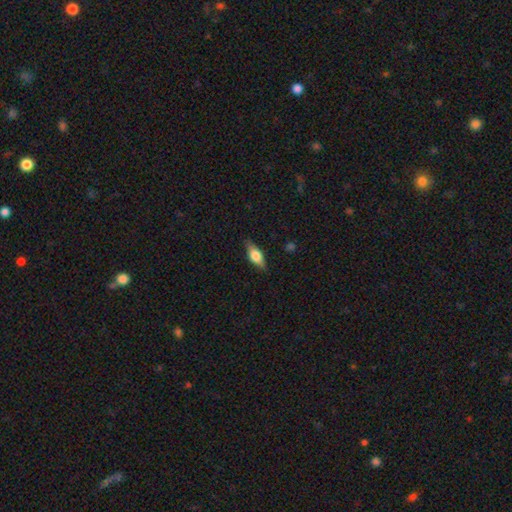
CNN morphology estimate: smooth-or-featured: smooth: 60% | featured or disk: 33% | star or artifact: 7%
  how-rounded: in between: 74% | cigar-shaped: 22% | round: 4%
  merging: none: 83% | minor disturbance: 13% | major disturbance: 3% | merger: 1%